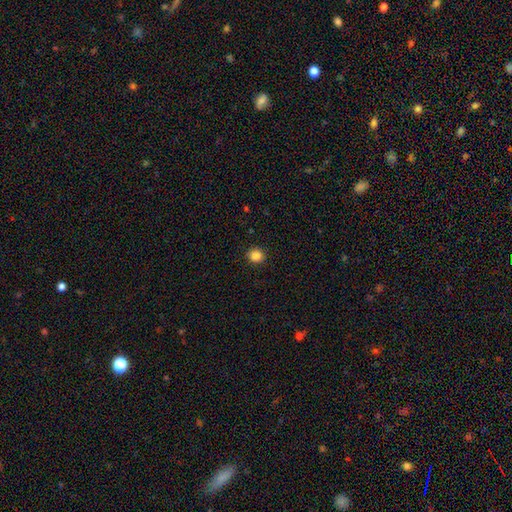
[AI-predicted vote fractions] Q: Smooth or featured?
A: smooth (86%); runner-up: star or artifact (11%)
Q: How rounded?
A: round (89%); runner-up: in between (11%)
Q: Merging?
A: none (91%); runner-up: minor disturbance (6%)